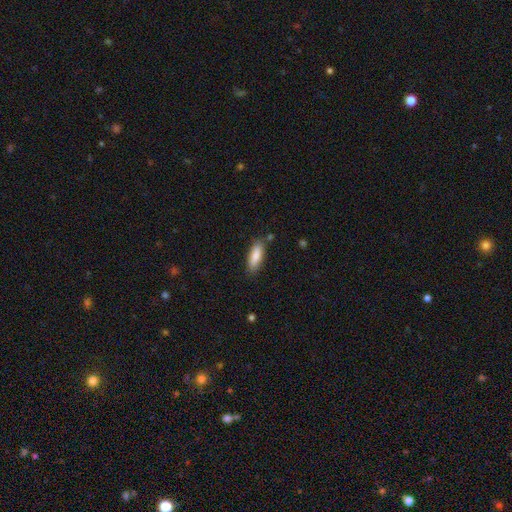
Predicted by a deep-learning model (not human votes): A smooth galaxy with no disk features (85%) that is in between round and cigar-shaped (60%).

Vote fractions:
- Smooth or featured? smooth: 85% / featured or disk: 9% / star or artifact: 6%
- How rounded? in between: 60% / cigar-shaped: 39% / round: 2%
- Merging? none: 82% / minor disturbance: 12% / merger: 3% / major disturbance: 3%